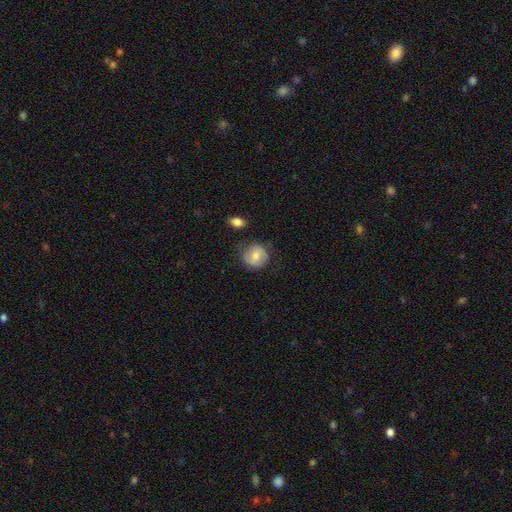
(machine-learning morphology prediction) type=smooth (55%); roundness=round (85%); merging=none (72%).